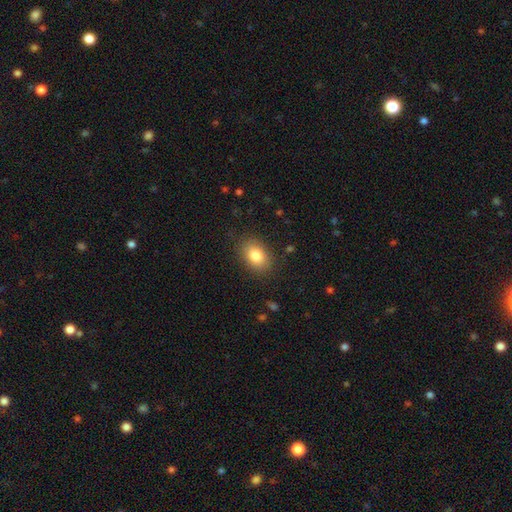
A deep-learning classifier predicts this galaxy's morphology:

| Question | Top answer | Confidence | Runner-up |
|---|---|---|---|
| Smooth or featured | smooth | 82% | featured or disk (9%) |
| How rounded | in between | 79% | round (20%) |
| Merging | none | 85% | minor disturbance (10%) |